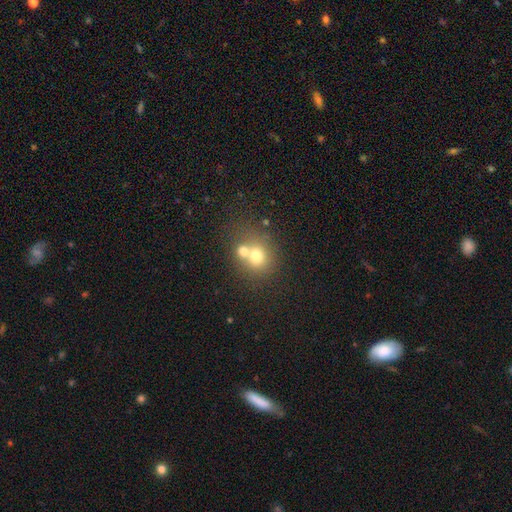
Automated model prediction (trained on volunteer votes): This appears to be a smooth galaxy with no disk features (69%) that is round (78%). Merging: merger (52%).